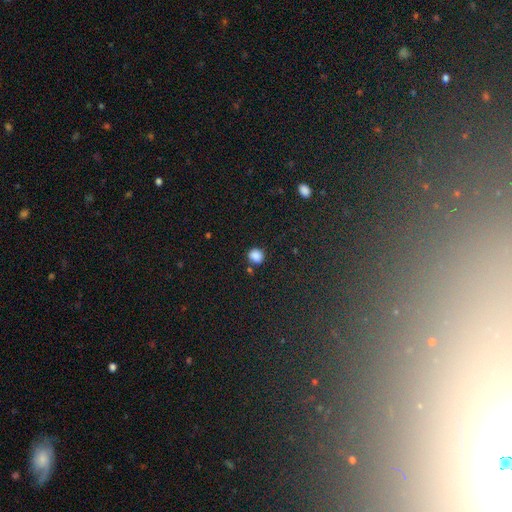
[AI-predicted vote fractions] The model was most divided on "how rounded": round: 77%, in between: 22%, cigar-shaped: 1%. More confident: smooth or featured — smooth (86%); merging — none (79%).